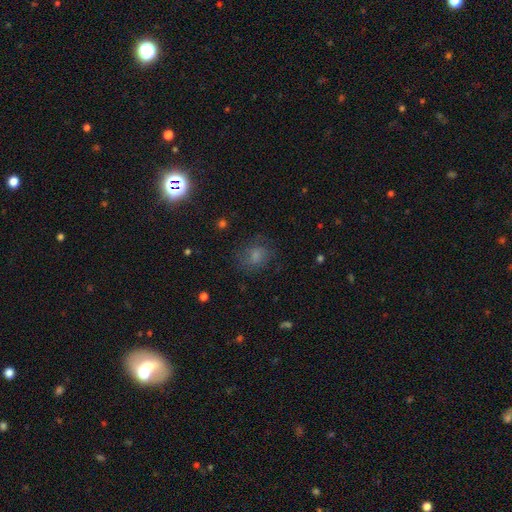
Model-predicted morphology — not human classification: The model was most divided on "how rounded": round: 61%, in between: 38%, cigar-shaped: 1%. More confident: merging — none (71%); smooth or featured — smooth (68%).